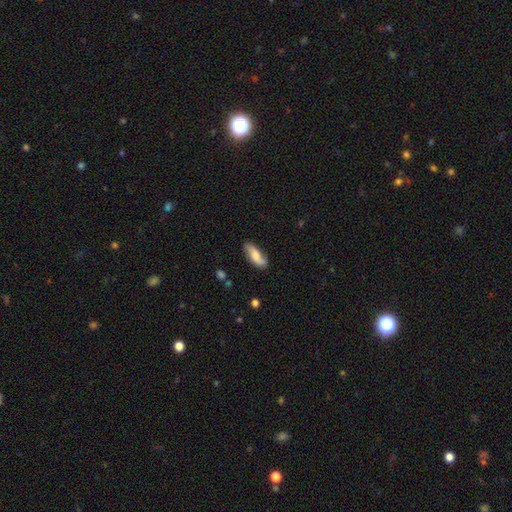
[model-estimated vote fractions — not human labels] Smooth or featured? Predicted: smooth (p=0.59). How rounded? Predicted: in between (p=0.71). Merging? Predicted: none (p=0.74).